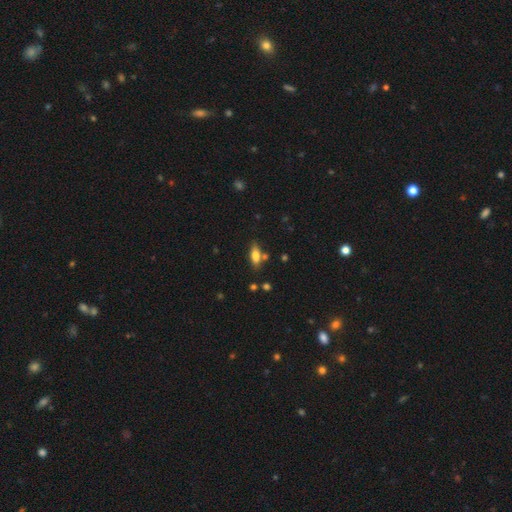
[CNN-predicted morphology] This is likely a smooth galaxy (75%). How rounded: likely in between (75%). Merging: likely none (72%).